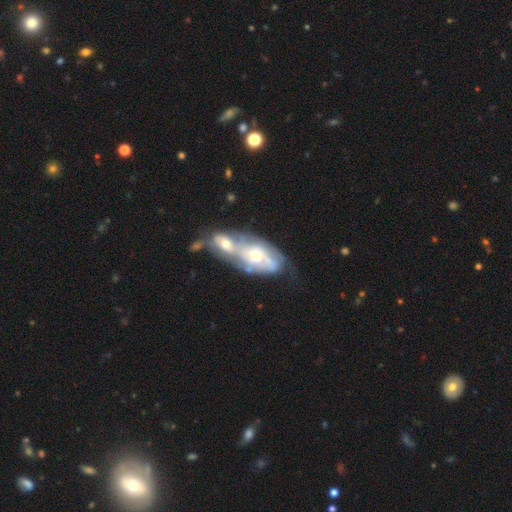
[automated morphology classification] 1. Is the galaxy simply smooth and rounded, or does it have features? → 72% featured or disk, 21% smooth, 7% star or artifact.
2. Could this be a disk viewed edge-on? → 94% no, 6% yes.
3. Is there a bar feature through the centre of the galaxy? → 75% no, 20% weak, 5% strong.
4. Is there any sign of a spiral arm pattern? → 73% yes, 27% no.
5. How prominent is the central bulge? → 60% moderate, 32% small, 5% large, 2% none, 1% dominant.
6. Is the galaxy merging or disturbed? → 72% merger, 13% none, 8% minor disturbance, 7% major disturbance.